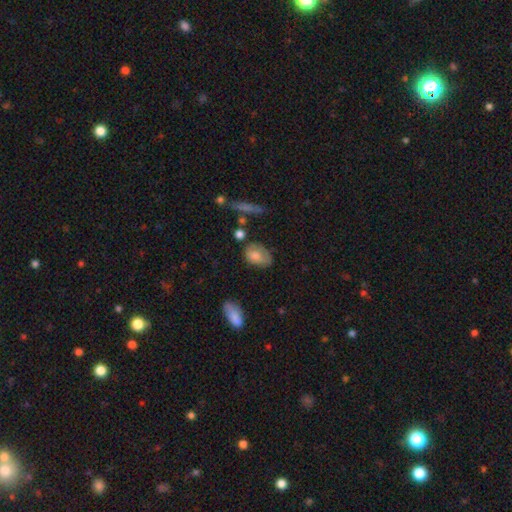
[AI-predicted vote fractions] A smooth galaxy with no disk features (73%) that is in between round and cigar-shaped (83%).

Vote fractions:
- Smooth or featured? smooth: 73% / featured or disk: 19% / star or artifact: 8%
- How rounded? in between: 83% / round: 15% / cigar-shaped: 2%
- Merging? none: 51% / minor disturbance: 32% / major disturbance: 12% / merger: 5%